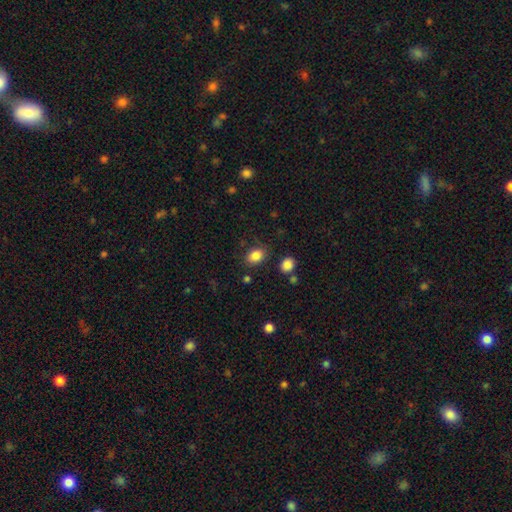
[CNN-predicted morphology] A smooth galaxy with no disk features (84%) that is in between round and cigar-shaped (68%). Merging: none (80%).